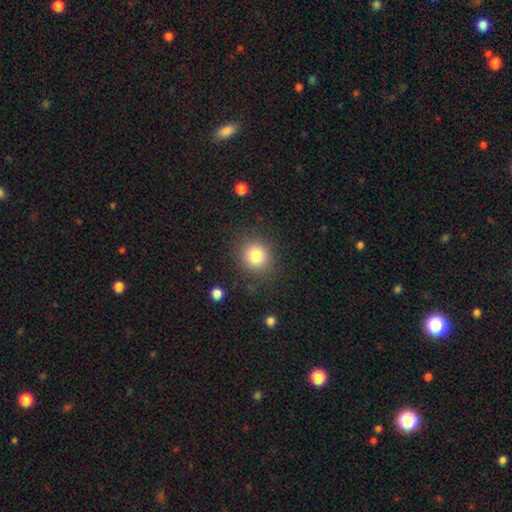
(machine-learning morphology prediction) Smooth or featured?
  - smooth: 81% *
  - star or artifact: 11%
  - featured or disk: 8%
How rounded?
  - round: 82% *
  - in between: 17%
  - cigar-shaped: 1%
Merging?
  - none: 85% *
  - minor disturbance: 9%
  - major disturbance: 4%
  - merger: 2%